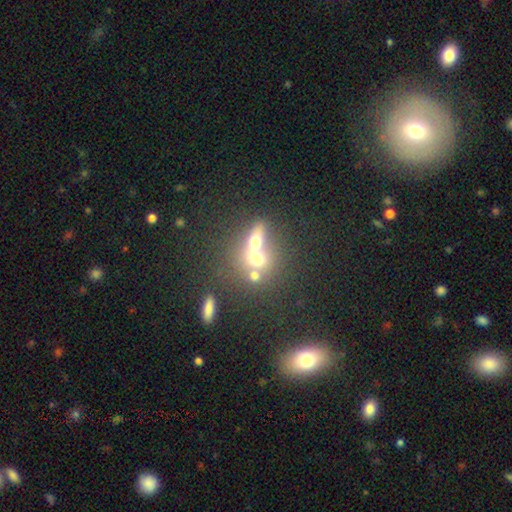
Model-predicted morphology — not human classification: Overall: smooth (45%; featured or disk 29%). Merging: merger (57%; none 30%).